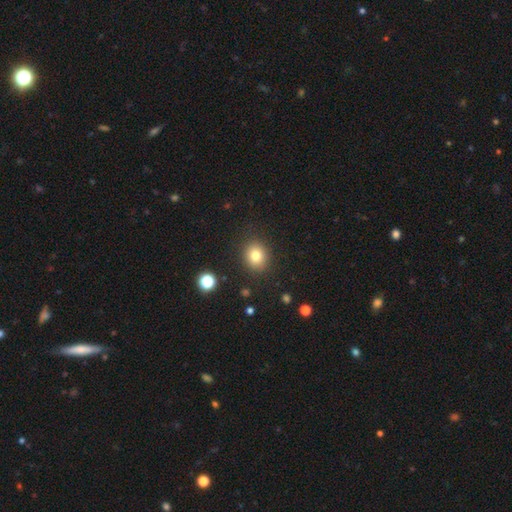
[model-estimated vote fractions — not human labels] Smooth or featured? Predicted: smooth (p=0.80). How rounded? Predicted: round (p=0.72). Merging? Predicted: none (p=0.88).